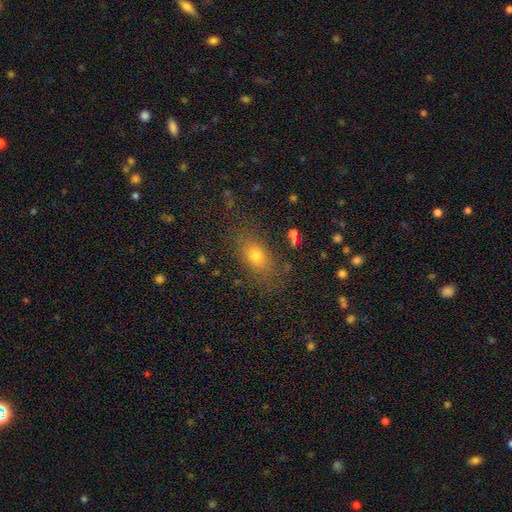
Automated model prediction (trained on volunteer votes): smooth 73%, star or artifact 15%, featured or disk 12%. Down the decision tree: how rounded — in between (70%); merging — none (77%).